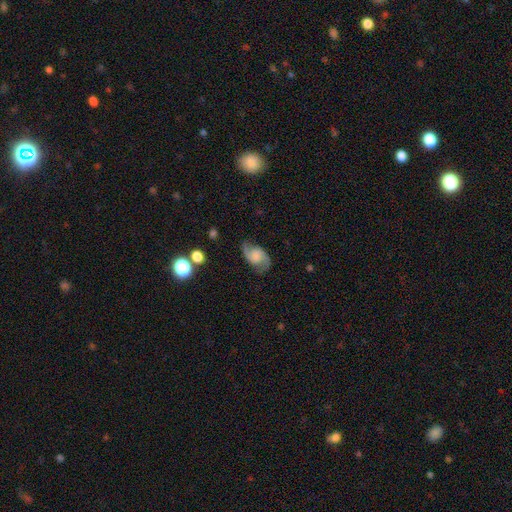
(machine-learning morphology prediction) Smooth or featured?
  - featured or disk: 78% *
  - smooth: 14%
  - star or artifact: 8%
Edge-on disk?
  - no: 97% *
  - yes: 3%
Bar?
  - no: 54% *
  - weak: 37%
  - strong: 9%
Spiral arms?
  - yes: 96% *
  - no: 4%
Spiral winding?
  - loose: 45% *
  - medium: 44%
  - tight: 12%
Spiral arm count?
  - 2: 93% *
  - can't tell: 3%
  - 1: 2%
  - 3: 1%
  - 4: 1%
  - more than 4: 1%
Bulge size?
  - none: 46% *
  - small: 17%
  - moderate: 17%
  - large: 16%
  - dominant: 4%
Merging?
  - none: 77% *
  - minor disturbance: 15%
  - major disturbance: 6%
  - merger: 2%